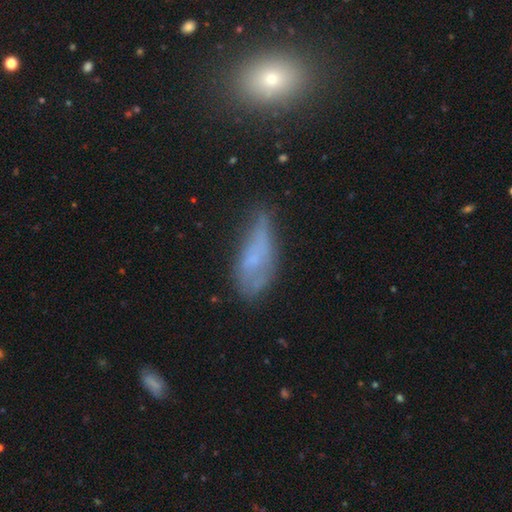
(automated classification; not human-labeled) Smooth or featured?
  - smooth: 51% *
  - featured or disk: 37%
  - star or artifact: 12%
How rounded?
  - in between: 67% *
  - cigar-shaped: 30%
  - round: 3%
Merging?
  - none: 38% *
  - minor disturbance: 36%
  - major disturbance: 21%
  - merger: 5%